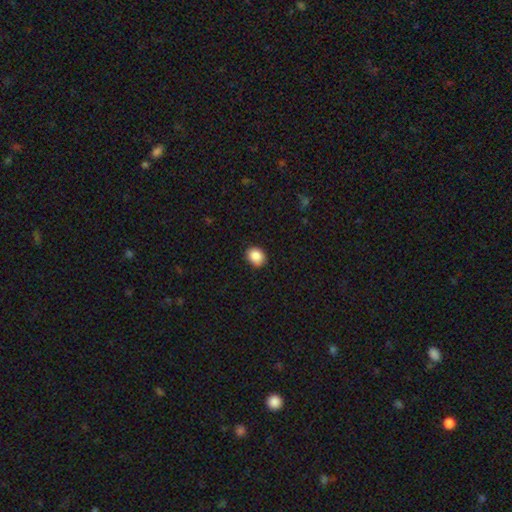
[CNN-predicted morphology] A smooth galaxy with no disk features (88%) that is round (58%).

Vote fractions:
- Smooth or featured? smooth: 88% / star or artifact: 9% / featured or disk: 4%
- How rounded? round: 58% / in between: 41% / cigar-shaped: 1%
- Merging? none: 86% / minor disturbance: 11% / major disturbance: 2% / merger: 1%